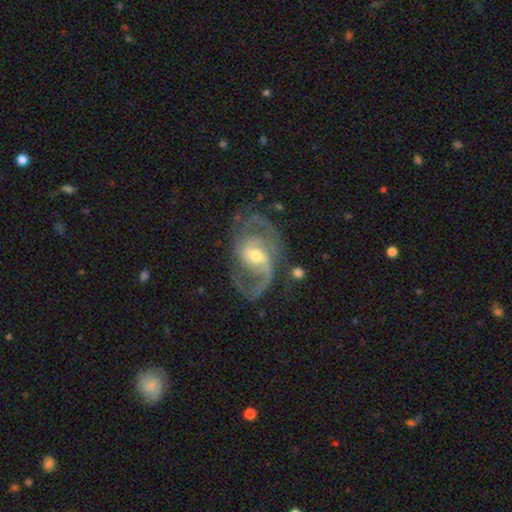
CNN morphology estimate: smooth-or-featured: featured or disk: 90% | star or artifact: 5% | smooth: 5%
  disk-edge-on: no: 97% | yes: 3%
    bar: weak: 49% | no: 30% | strong: 21%
    has-spiral-arms: yes: 97% | no: 3%
      spiral-winding: medium: 56% | loose: 23% | tight: 21%
      spiral-arm-count: 2: 73% | 3: 11% | can't tell: 7% | 1: 3% | 4: 3% | more than 4: 2%
    bulge-size: moderate: 59% | small: 35% | large: 4% | none: 1% | dominant: 1%
  merging: none: 65% | minor disturbance: 18% | major disturbance: 14% | merger: 3%